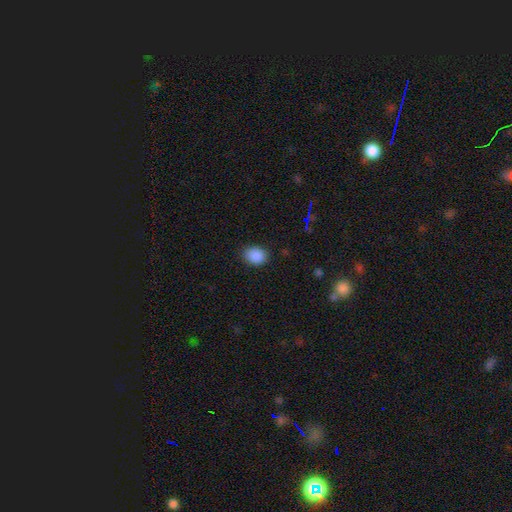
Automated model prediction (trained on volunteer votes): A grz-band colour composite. It shows a smooth galaxy with no disk features (88%) that is in between round and cigar-shaped (52%). Merging: none (85%).